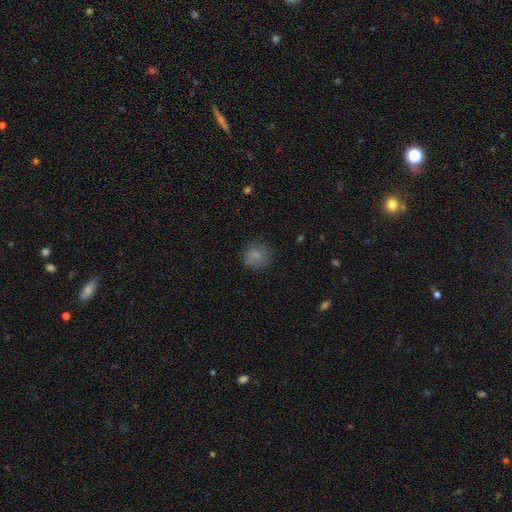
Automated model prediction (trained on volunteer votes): smooth-or-featured: smooth: 80% | star or artifact: 11% | featured or disk: 9%
  how-rounded: round: 85% | in between: 14% | cigar-shaped: 1%
  merging: none: 78% | minor disturbance: 16% | major disturbance: 5% | merger: 2%